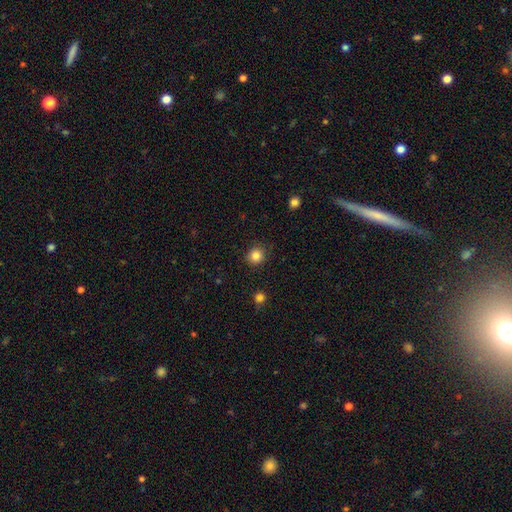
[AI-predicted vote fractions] Q: Smooth or featured?
A: smooth (84%); runner-up: star or artifact (11%)
Q: How rounded?
A: round (90%); runner-up: in between (9%)
Q: Merging?
A: none (89%); runner-up: minor disturbance (7%)